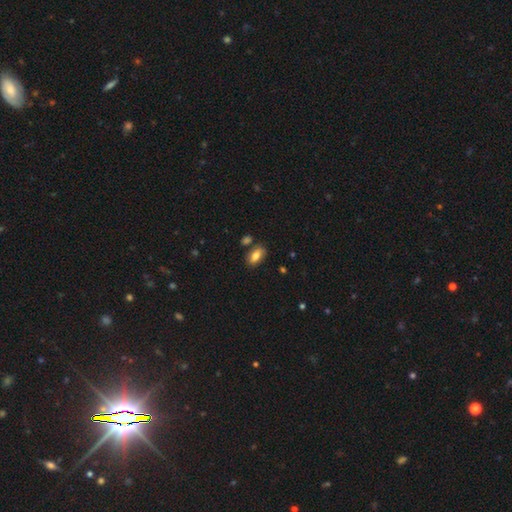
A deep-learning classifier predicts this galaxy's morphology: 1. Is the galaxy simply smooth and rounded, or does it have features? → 80% smooth, 12% featured or disk, 8% star or artifact.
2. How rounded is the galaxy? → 90% in between, 6% round, 4% cigar-shaped.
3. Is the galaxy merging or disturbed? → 77% none, 12% minor disturbance, 8% merger, 3% major disturbance.